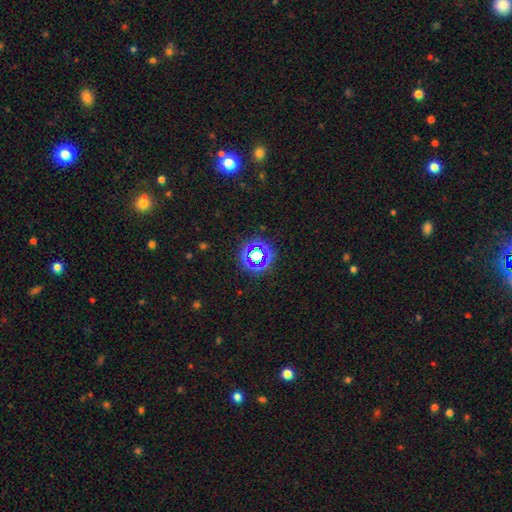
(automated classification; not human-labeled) The model was most divided on "smooth or featured": star or artifact: 64%, smooth: 25%, featured or disk: 11%.